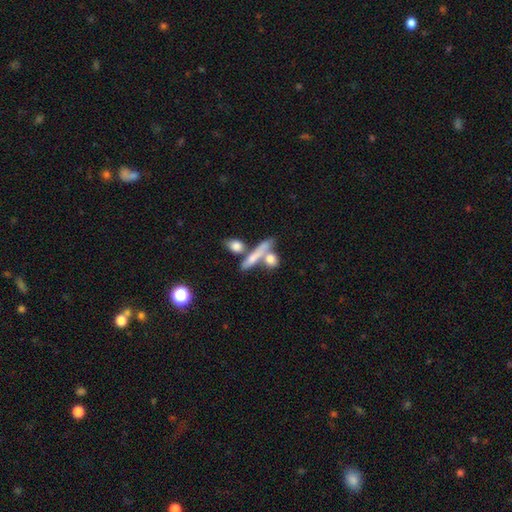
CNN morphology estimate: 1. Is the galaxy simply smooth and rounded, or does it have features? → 62% smooth, 28% featured or disk, 11% star or artifact.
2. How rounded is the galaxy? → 60% cigar-shaped, 24% in between, 16% round.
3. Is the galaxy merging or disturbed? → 48% none, 32% merger, 12% minor disturbance, 8% major disturbance.